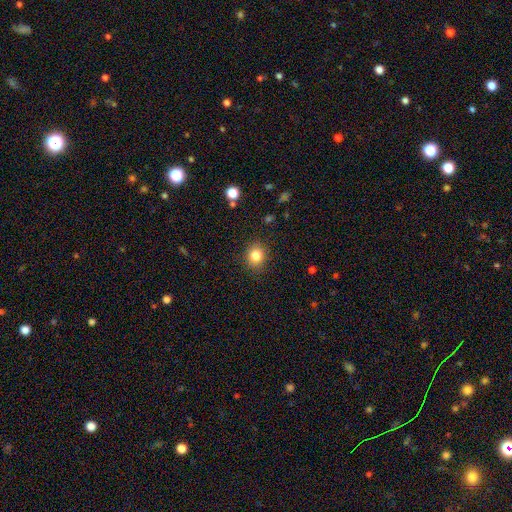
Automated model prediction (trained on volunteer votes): This is clearly a smooth galaxy (83%). How rounded: likely round (69%). Merging: clearly none (88%).